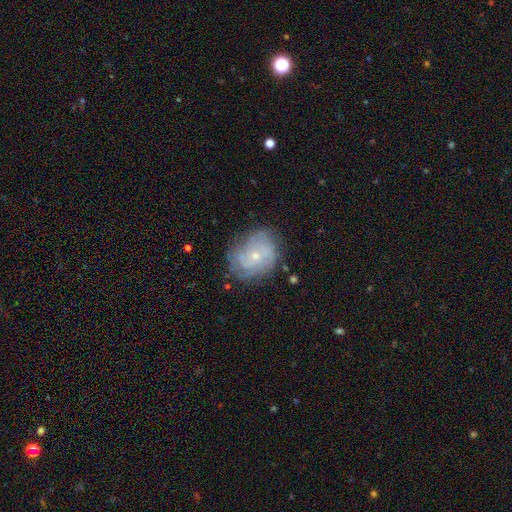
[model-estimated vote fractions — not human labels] The model was most divided on "spiral winding": tight: 58%, medium: 31%, loose: 12%. Remaining: edge-on disk — no (97%); spiral arms — yes (85%); bar — no (79%); bulge size — small (74%); merging — none (71%); smooth or featured — featured or disk (69%); spiral arm count — can't tell (46%).